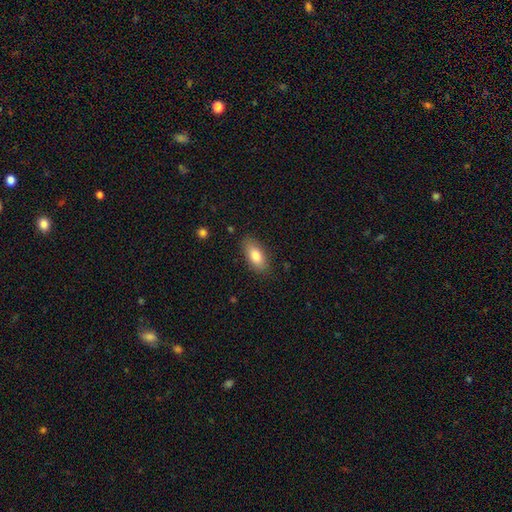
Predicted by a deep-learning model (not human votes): A smooth galaxy with no disk features (81%) that is in between round and cigar-shaped (86%).

Vote fractions:
- Smooth or featured? smooth: 81% / featured or disk: 12% / star or artifact: 7%
- How rounded? in between: 86% / cigar-shaped: 11% / round: 3%
- Merging? none: 84% / minor disturbance: 12% / major disturbance: 3% / merger: 1%